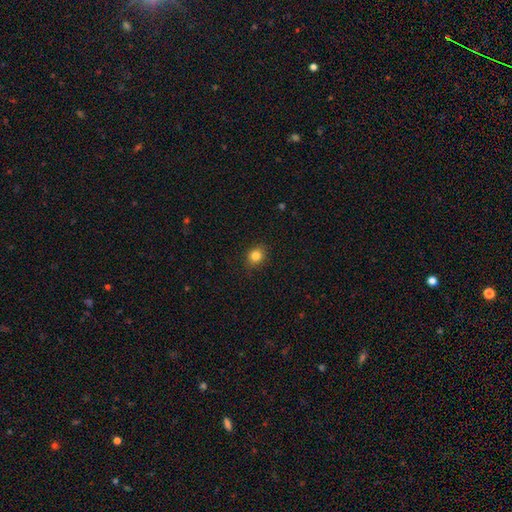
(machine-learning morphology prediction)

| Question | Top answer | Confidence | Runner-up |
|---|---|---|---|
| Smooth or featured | smooth | 82% | star or artifact (11%) |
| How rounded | round | 64% | in between (35%) |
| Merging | none | 87% | minor disturbance (10%) |